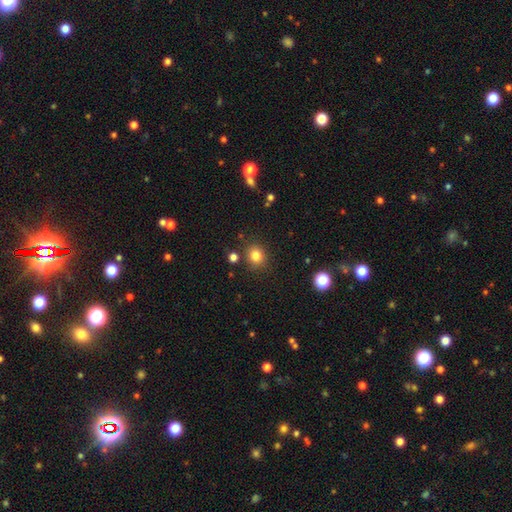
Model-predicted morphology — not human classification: This is clearly a smooth galaxy (82%). How rounded: likely round (78%). Merging: clearly none (85%).